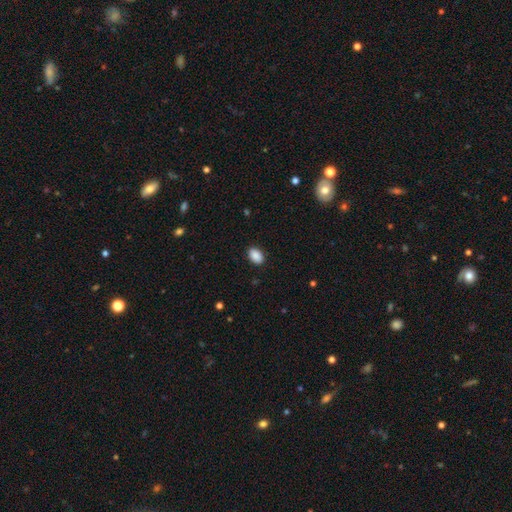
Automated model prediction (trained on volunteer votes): Smooth or featured? Predicted: smooth (p=0.90). How rounded? Predicted: in between (p=0.88). Merging? Predicted: none (p=0.89).